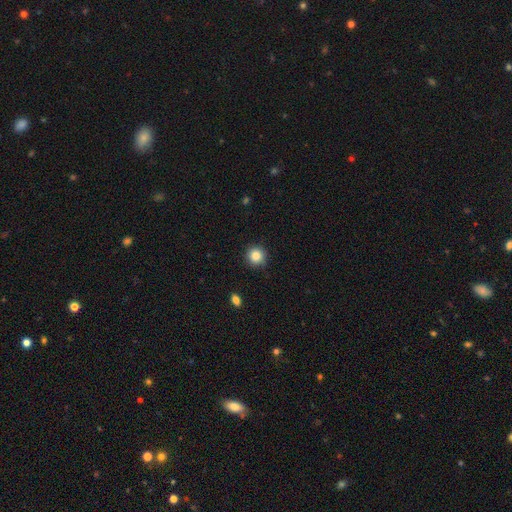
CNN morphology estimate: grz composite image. It shows a smooth galaxy with no disk features (85%) that is round (94%). Merging: none (90%).